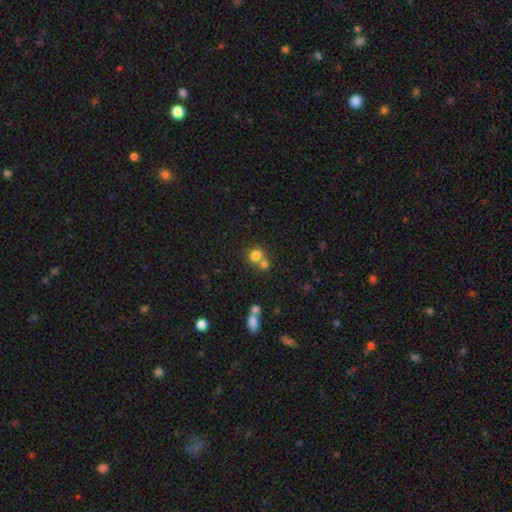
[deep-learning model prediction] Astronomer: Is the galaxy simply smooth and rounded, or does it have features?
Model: smooth — 77%.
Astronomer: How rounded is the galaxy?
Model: round — 76%.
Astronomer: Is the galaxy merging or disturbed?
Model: none — 45% (runner-up: merger, 44%).